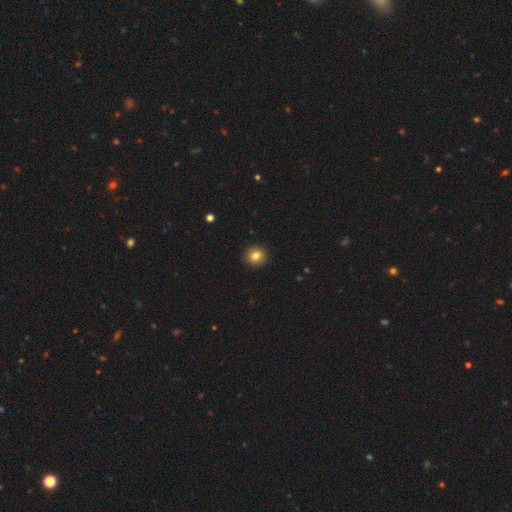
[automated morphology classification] The model was most divided on "smooth or featured": smooth: 82%, star or artifact: 11%, featured or disk: 7%. More confident: merging — none (93%); how rounded — round (90%).